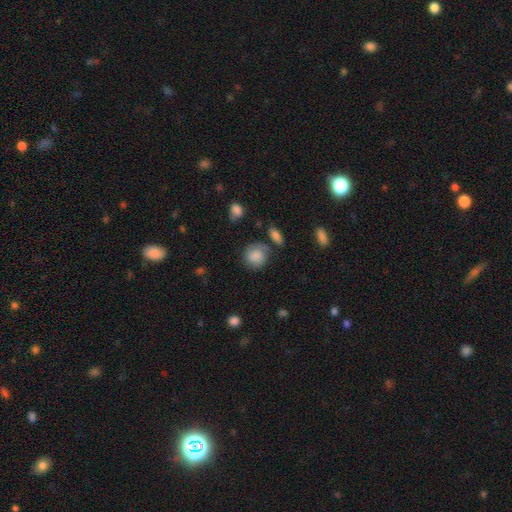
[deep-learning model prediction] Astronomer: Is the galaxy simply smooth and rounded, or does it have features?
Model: smooth — 77%.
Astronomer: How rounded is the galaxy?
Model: round — 77%.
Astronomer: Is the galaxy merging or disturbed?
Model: none — 62%.